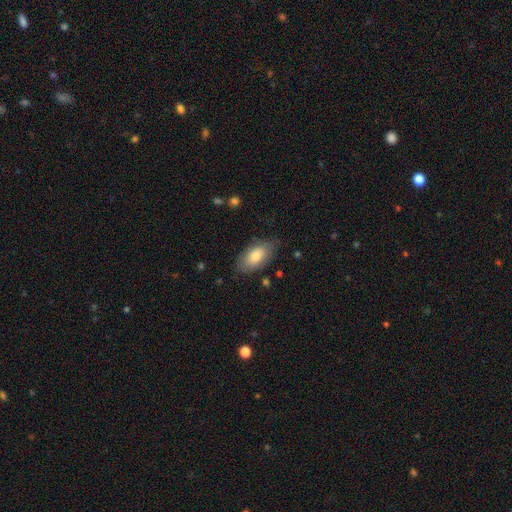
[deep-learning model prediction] Smooth or featured? smooth (78%)
How rounded? in between (93%)
Merging? none (76%)